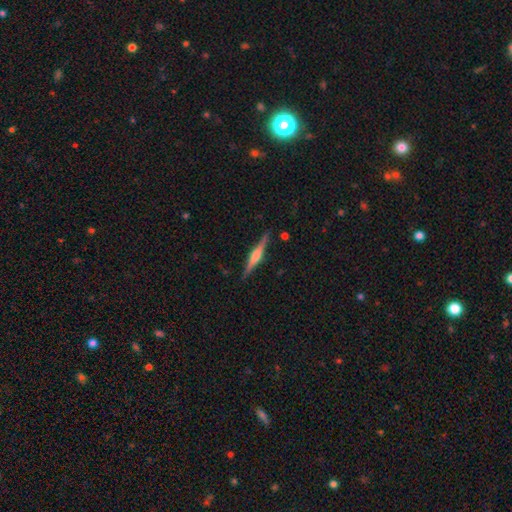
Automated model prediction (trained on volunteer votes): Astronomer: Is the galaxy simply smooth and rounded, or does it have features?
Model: featured or disk — 75%.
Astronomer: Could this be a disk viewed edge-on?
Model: yes — 98%.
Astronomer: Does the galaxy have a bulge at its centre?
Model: rounded — 71%.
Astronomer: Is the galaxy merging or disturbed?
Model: none — 89%.